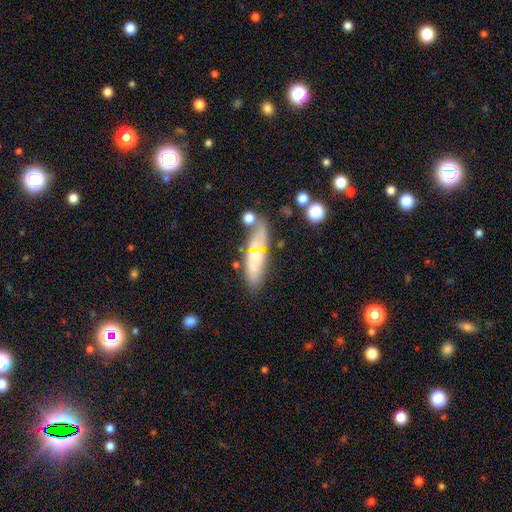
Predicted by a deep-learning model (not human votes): The model was most divided on "how rounded": cigar-shaped: 54%, in between: 42%, round: 4%. More confident: merging — none (62%); smooth or featured — smooth (57%).